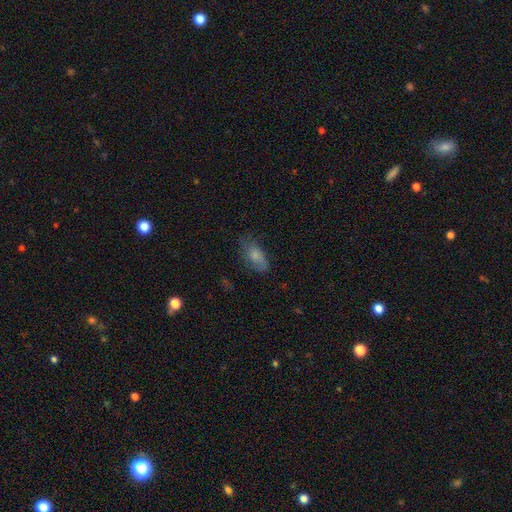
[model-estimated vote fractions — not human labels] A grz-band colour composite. It shows a smooth galaxy with no disk features (73%) that is in between round and cigar-shaped (87%). Merging: none (58%).